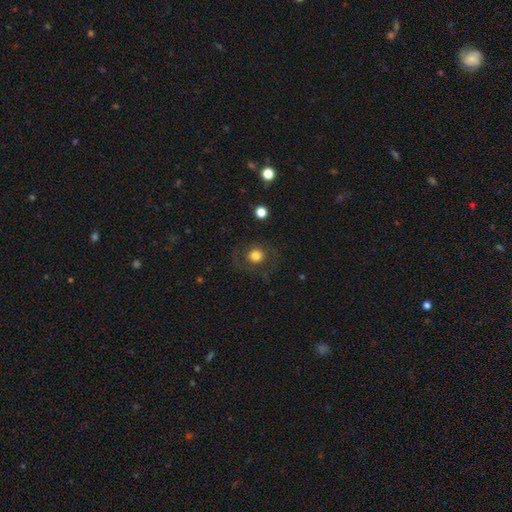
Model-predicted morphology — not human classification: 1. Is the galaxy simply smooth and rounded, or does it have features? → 71% smooth, 19% featured or disk, 11% star or artifact.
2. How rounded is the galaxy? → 83% round, 17% in between, 1% cigar-shaped.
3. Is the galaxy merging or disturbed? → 77% none, 11% minor disturbance, 10% major disturbance, 1% merger.